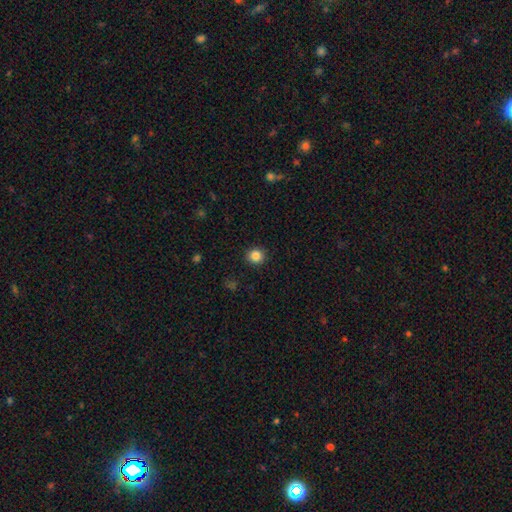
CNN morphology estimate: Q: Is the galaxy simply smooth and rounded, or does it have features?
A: smooth — 85%.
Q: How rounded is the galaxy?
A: round — 91%.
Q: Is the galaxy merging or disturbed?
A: none — 92%.